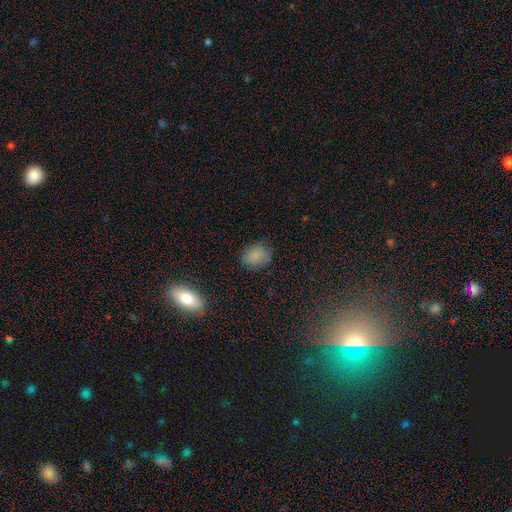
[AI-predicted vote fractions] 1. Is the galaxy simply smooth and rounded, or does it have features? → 82% smooth, 12% star or artifact, 6% featured or disk.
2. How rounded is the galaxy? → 51% in between, 47% round, 1% cigar-shaped.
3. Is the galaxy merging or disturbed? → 82% none, 13% minor disturbance, 3% major disturbance, 1% merger.